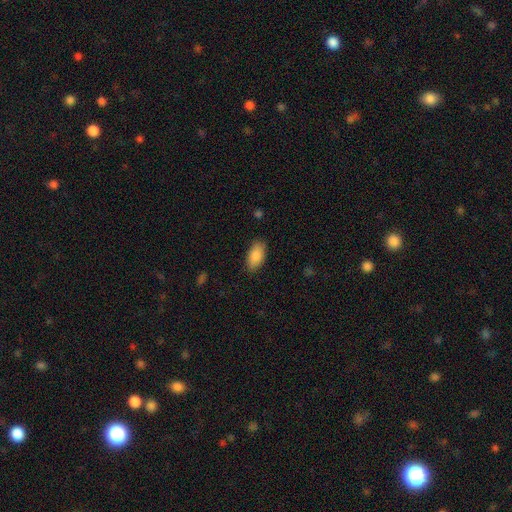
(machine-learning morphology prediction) Smooth or featured?
  - smooth: 88% *
  - star or artifact: 6%
  - featured or disk: 6%
How rounded?
  - in between: 93% *
  - cigar-shaped: 4%
  - round: 3%
Merging?
  - none: 86% *
  - minor disturbance: 10%
  - major disturbance: 3%
  - merger: 1%